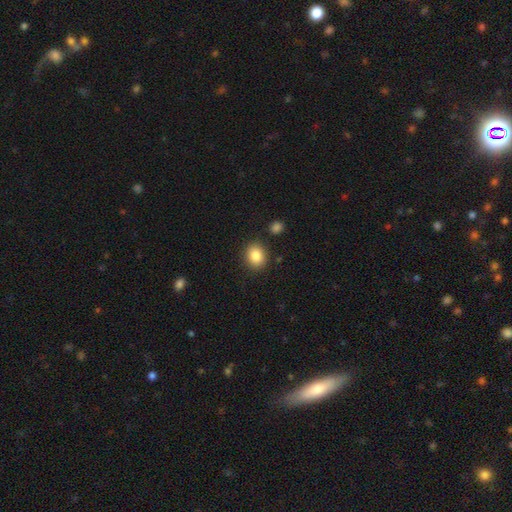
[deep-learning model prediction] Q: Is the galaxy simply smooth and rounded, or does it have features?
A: smooth — 86%.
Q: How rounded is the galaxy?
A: round — 62%.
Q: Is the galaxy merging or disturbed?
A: none — 86%.